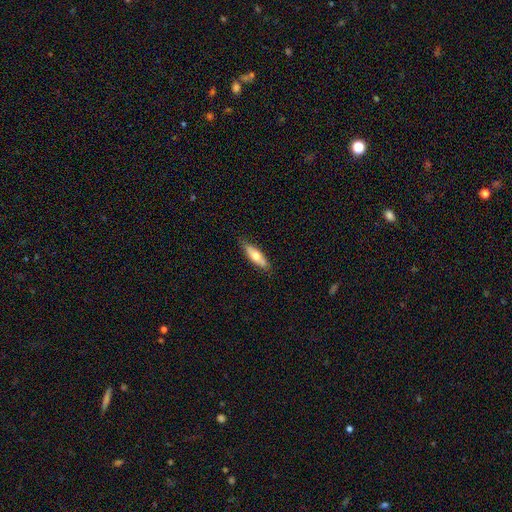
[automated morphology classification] Smooth or featured? smooth (62%)
How rounded? cigar-shaped (54%)
Merging? none (83%)